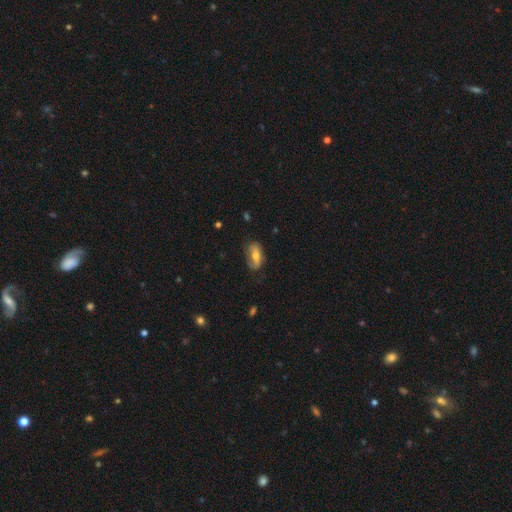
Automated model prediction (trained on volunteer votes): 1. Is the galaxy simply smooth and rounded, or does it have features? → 50% smooth, 42% featured or disk, 7% star or artifact.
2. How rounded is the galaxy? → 83% in between, 11% cigar-shaped, 5% round.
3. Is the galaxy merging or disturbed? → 64% none, 25% minor disturbance, 9% major disturbance, 2% merger.